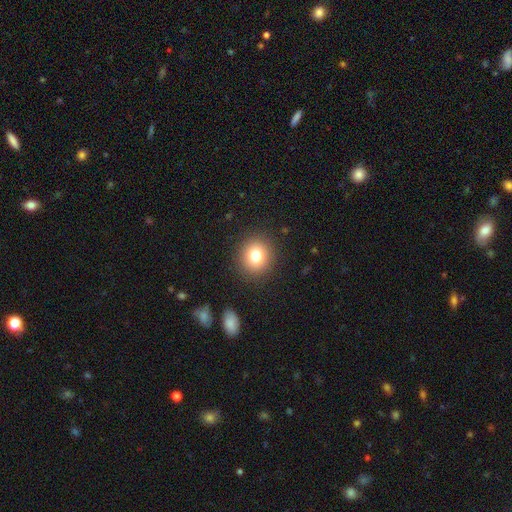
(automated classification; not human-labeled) This appears to be a smooth galaxy with no disk features (79%) that is round (84%). Merging: none (89%).